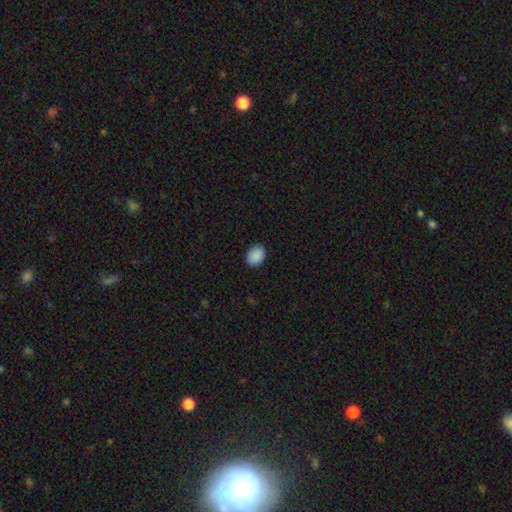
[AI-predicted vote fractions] This is clearly a smooth galaxy (90%). How rounded: likely in between (63%). Merging: clearly none (89%).